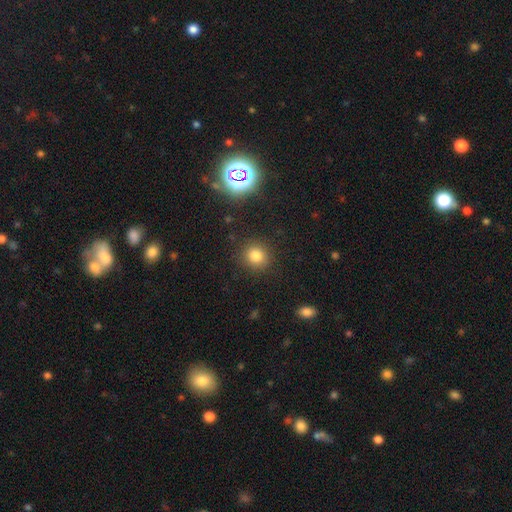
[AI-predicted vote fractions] Smooth or featured? smooth (81%)
How rounded? round (85%)
Merging? none (88%)